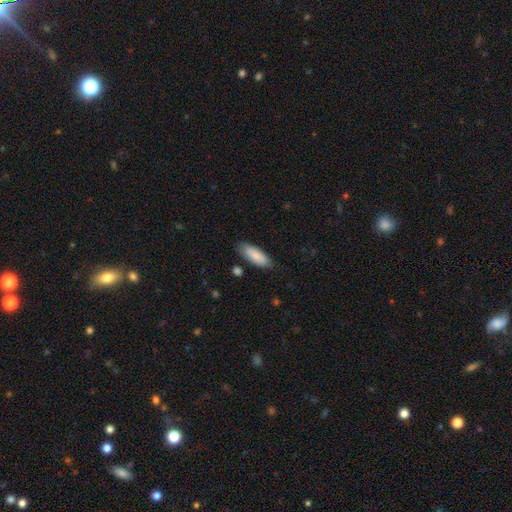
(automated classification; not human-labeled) smooth-or-featured: smooth: 87% | featured or disk: 8% | star or artifact: 6%
  how-rounded: in between: 67% | cigar-shaped: 32% | round: 2%
  merging: none: 82% | minor disturbance: 14% | major disturbance: 3% | merger: 2%